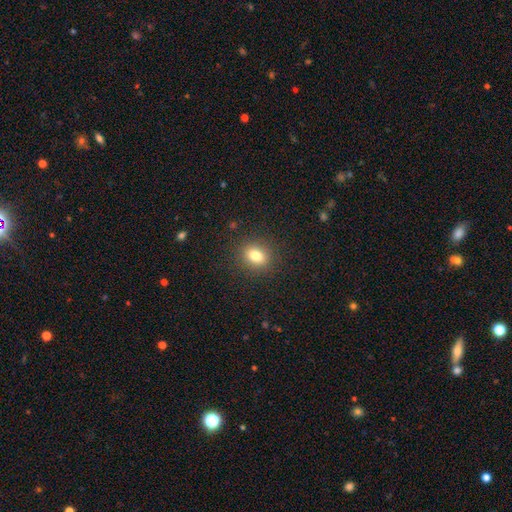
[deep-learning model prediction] The model was most divided on "how rounded": round: 56%, in between: 43%, cigar-shaped: 1%. More confident: merging — none (88%); smooth or featured — smooth (80%).